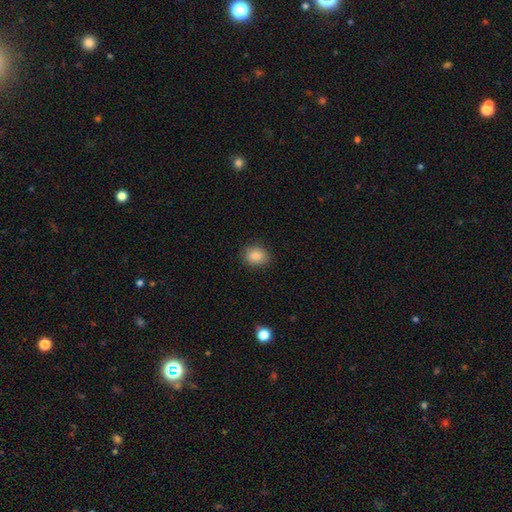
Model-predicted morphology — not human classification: The model was most divided on "how rounded": round: 54%, in between: 45%, cigar-shaped: 1%. More confident: merging — none (87%); smooth or featured — smooth (84%).